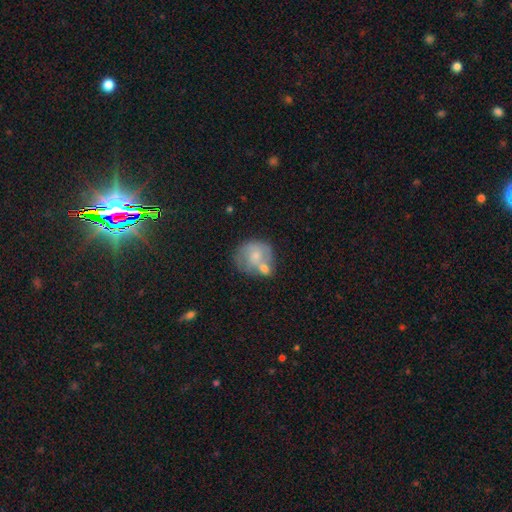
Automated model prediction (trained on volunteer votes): smooth 47%, featured or disk 46%, star or artifact 7%. Down the decision tree: merging — merger (49%).